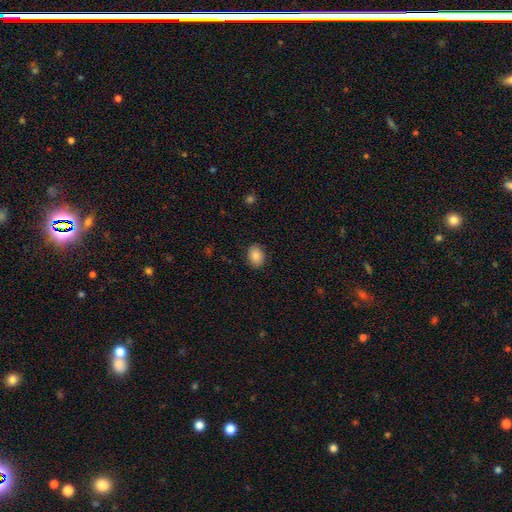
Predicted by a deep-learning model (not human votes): Smooth or featured? Predicted: smooth (p=0.85). How rounded? Predicted: in between (p=0.64). Merging? Predicted: none (p=0.88).